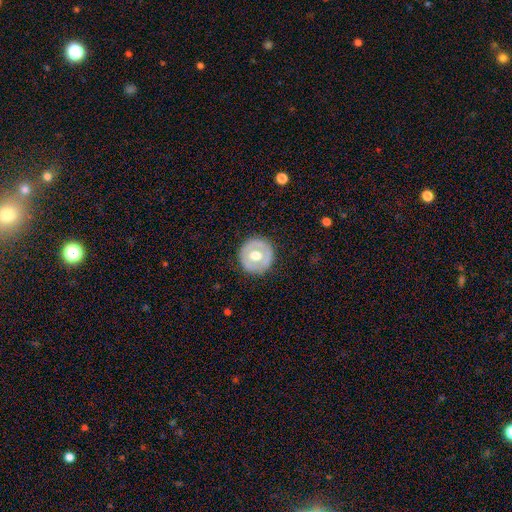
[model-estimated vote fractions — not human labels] Q: Smooth or featured?
A: featured or disk (47%); tied with: smooth (47%)
Q: Merging?
A: none (87%); runner-up: minor disturbance (9%)